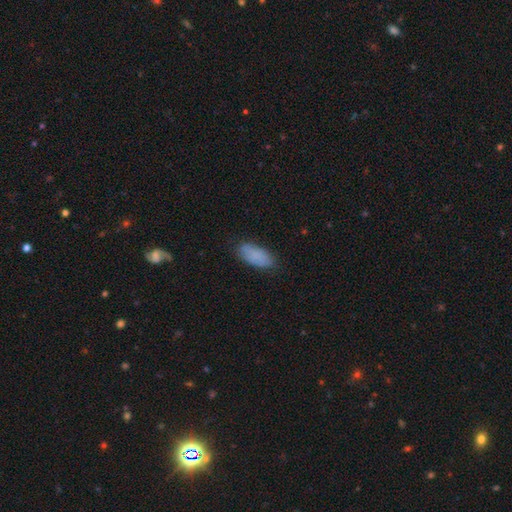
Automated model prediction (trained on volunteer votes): This appears to be a smooth galaxy with no disk features (84%) that is in between round and cigar-shaped (88%). Merging: none (79%).